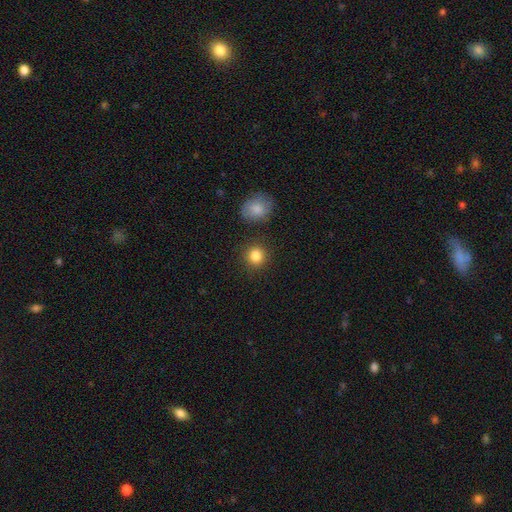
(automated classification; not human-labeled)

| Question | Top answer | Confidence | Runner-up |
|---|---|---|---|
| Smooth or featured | smooth | 84% | star or artifact (11%) |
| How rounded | round | 89% | in between (10%) |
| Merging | none | 85% | minor disturbance (7%) |